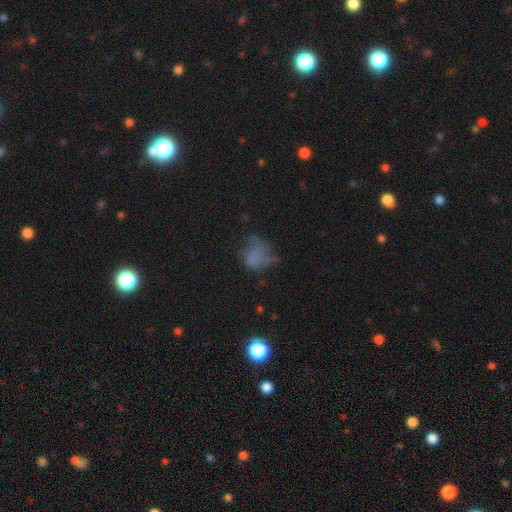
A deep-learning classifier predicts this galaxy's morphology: A smooth galaxy with no disk features (55%) that is in between round and cigar-shaped (50%).

Vote fractions:
- Smooth or featured? smooth: 55% / featured or disk: 26% / star or artifact: 18%
- How rounded? in between: 50% / round: 48% / cigar-shaped: 2%
- Merging? major disturbance: 36% / none: 35% / minor disturbance: 25% / merger: 4%